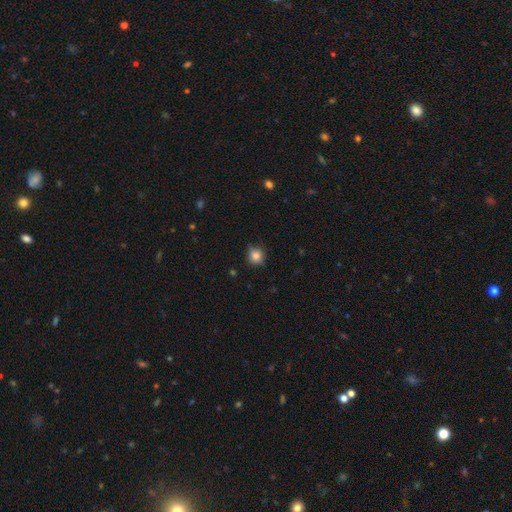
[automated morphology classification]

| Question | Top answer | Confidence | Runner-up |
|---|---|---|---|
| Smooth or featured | smooth | 81% | star or artifact (11%) |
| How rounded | round | 87% | in between (12%) |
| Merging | none | 77% | minor disturbance (18%) |